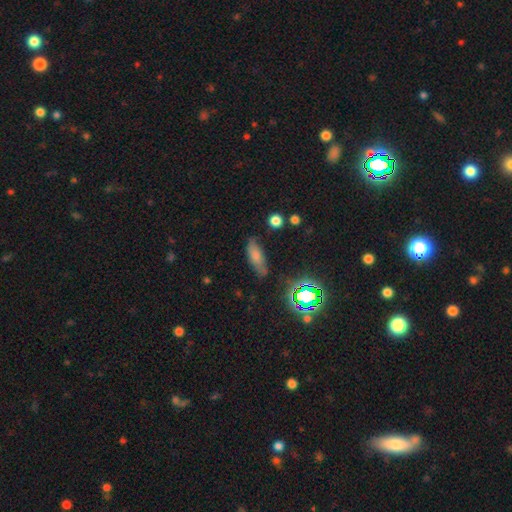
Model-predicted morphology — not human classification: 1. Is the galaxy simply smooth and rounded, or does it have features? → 68% smooth, 17% featured or disk, 15% star or artifact.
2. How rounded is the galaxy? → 64% in between, 32% cigar-shaped, 4% round.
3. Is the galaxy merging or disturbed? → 65% none, 24% minor disturbance, 7% major disturbance, 3% merger.